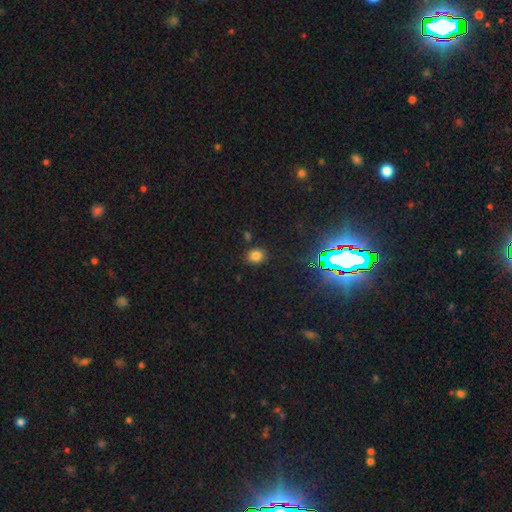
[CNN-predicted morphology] smooth_or_featured: smooth (p=0.77) [alt: star or artifact p=0.17]
how_rounded: round (p=0.61) [alt: in between p=0.38]
merging: none (p=0.83) [alt: minor disturbance p=0.10]